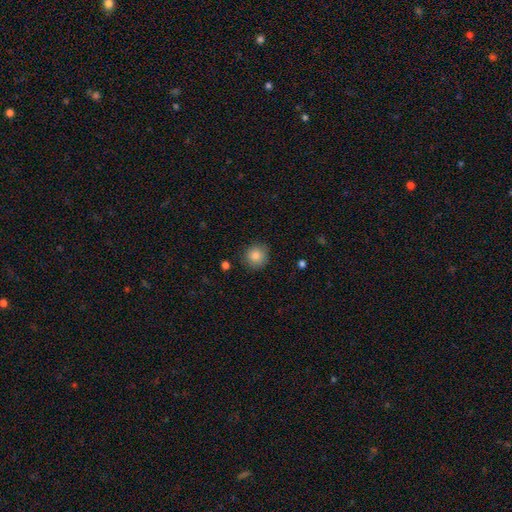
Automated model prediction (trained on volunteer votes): This is clearly a smooth galaxy (86%). How rounded: clearly round (91%). Merging: clearly none (87%).